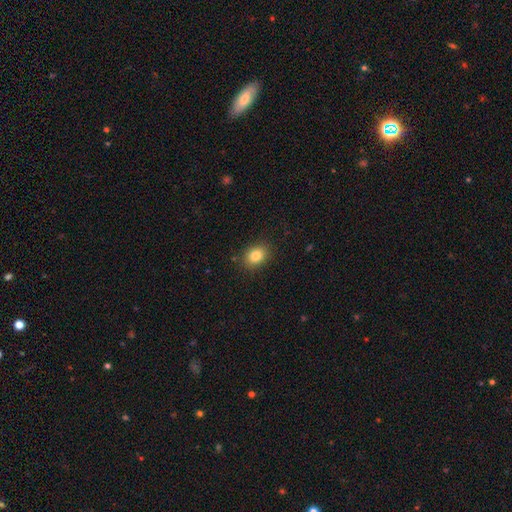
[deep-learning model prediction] smooth 83%, star or artifact 10%, featured or disk 7%. Down the decision tree: how rounded — in between (54%); merging — none (87%).